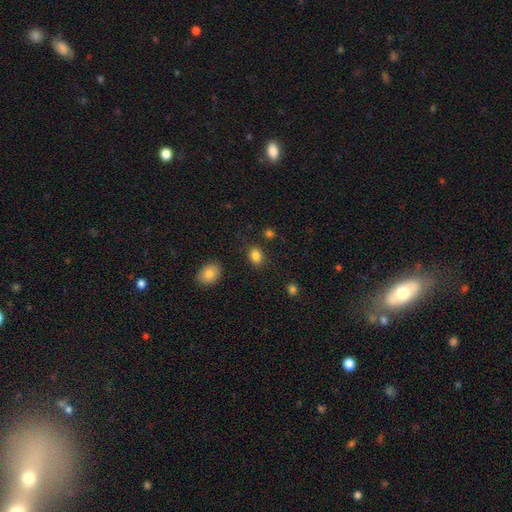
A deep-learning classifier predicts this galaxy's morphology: smooth_or_featured: smooth (p=0.86) [alt: star or artifact p=0.10]
how_rounded: in between (p=0.64) [alt: round p=0.35]
merging: none (p=0.82) [alt: minor disturbance p=0.11]